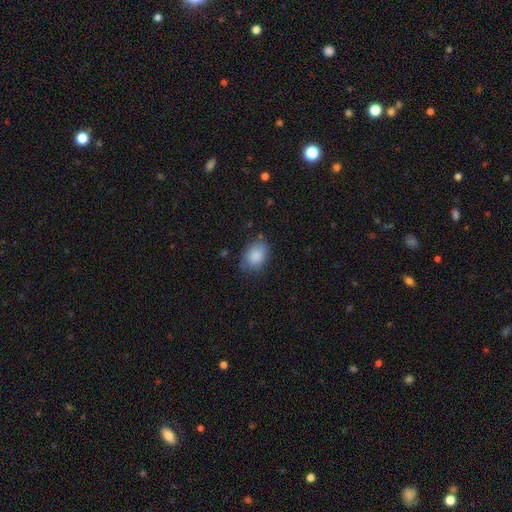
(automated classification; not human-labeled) A smooth galaxy with no disk features (88%) that is in between round and cigar-shaped (78%).

Vote fractions:
- Smooth or featured? smooth: 88% / star or artifact: 7% / featured or disk: 5%
- How rounded? in between: 78% / round: 21% / cigar-shaped: 1%
- Merging? none: 75% / minor disturbance: 19% / major disturbance: 5% / merger: 2%